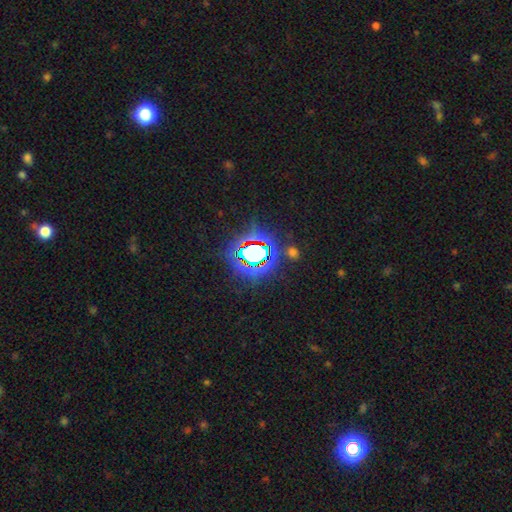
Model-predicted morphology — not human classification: type=star or artifact (83%).